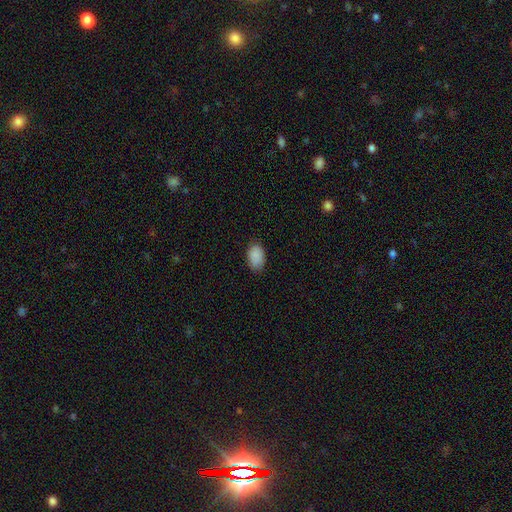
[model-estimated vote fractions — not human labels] This is clearly a smooth galaxy (89%). How rounded: clearly in between (88%). Merging: likely none (80%).